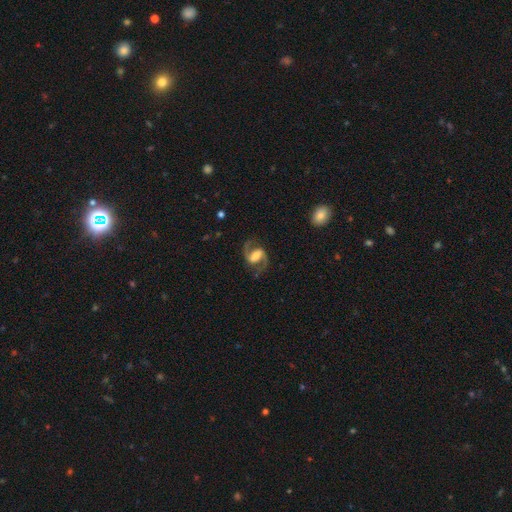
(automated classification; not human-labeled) This appears to be a featured or disk galaxy (88%) with a weak bar (43%), 2 (94%) medium (58%) spiral arms (97%) and a moderate central bulge (42%). Merging: none (80%).